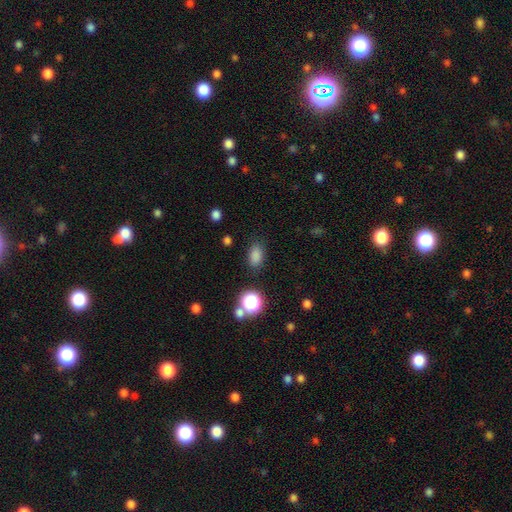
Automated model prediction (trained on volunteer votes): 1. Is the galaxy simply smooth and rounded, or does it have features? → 81% smooth, 14% star or artifact, 4% featured or disk.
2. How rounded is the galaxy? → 83% in between, 14% round, 2% cigar-shaped.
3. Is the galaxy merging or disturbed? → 83% none, 11% minor disturbance, 4% major disturbance, 2% merger.